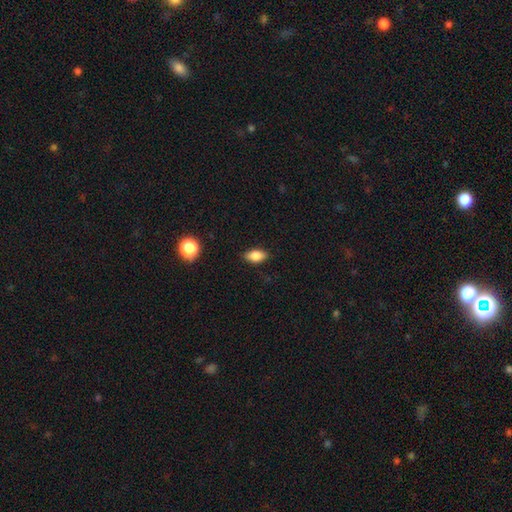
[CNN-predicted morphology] The model was most divided on "merging": none: 85%, minor disturbance: 11%, major disturbance: 2%, merger: 1%. More confident: how rounded — in between (88%); smooth or featured — smooth (84%).